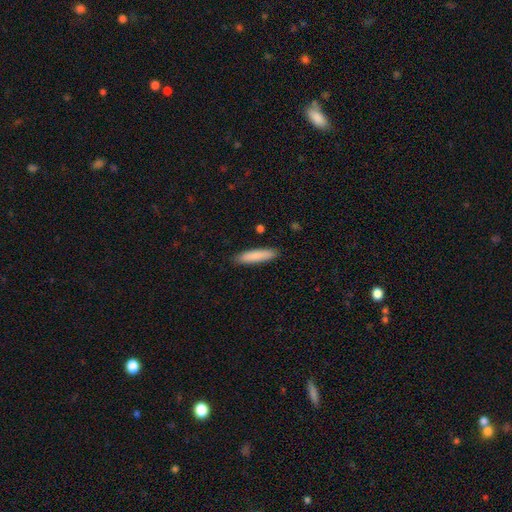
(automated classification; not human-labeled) Smooth or featured?
  - smooth: 84% *
  - featured or disk: 10%
  - star or artifact: 6%
How rounded?
  - cigar-shaped: 83% *
  - in between: 16%
  - round: 1%
Merging?
  - none: 89% *
  - minor disturbance: 8%
  - major disturbance: 2%
  - merger: 1%